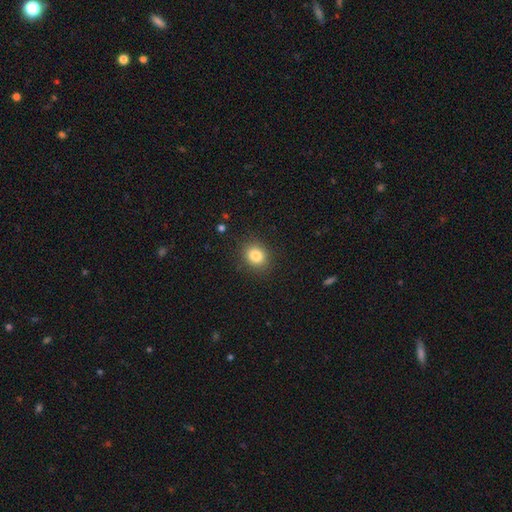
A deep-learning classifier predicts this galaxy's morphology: Smooth or featured? smooth (83%)
How rounded? round (62%)
Merging? none (87%)